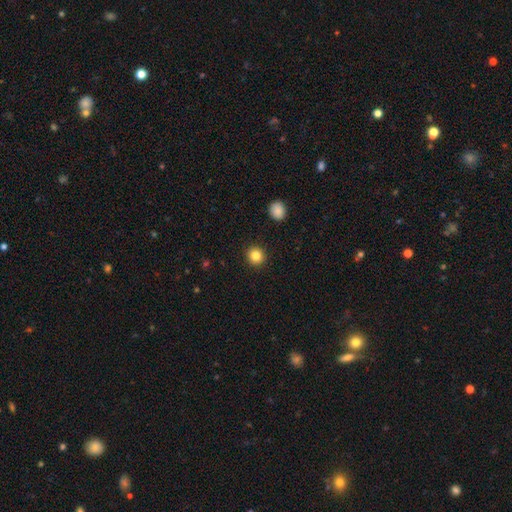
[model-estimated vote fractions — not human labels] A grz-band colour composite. It shows a smooth galaxy with no disk features (84%) that is round (92%). Merging: none (93%).